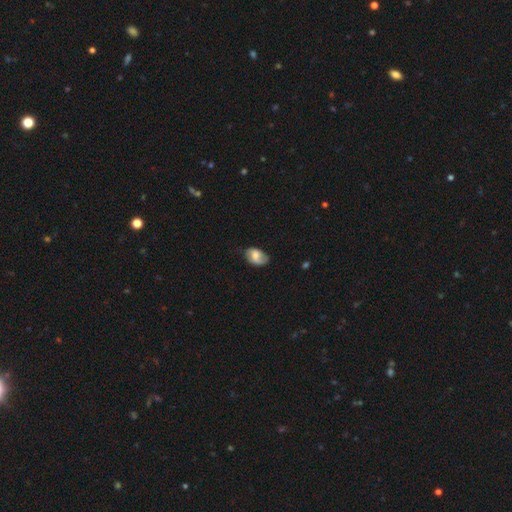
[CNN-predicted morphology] This is possibly a smooth galaxy (55%). How rounded: clearly in between (85%). Merging: possibly none (58%).